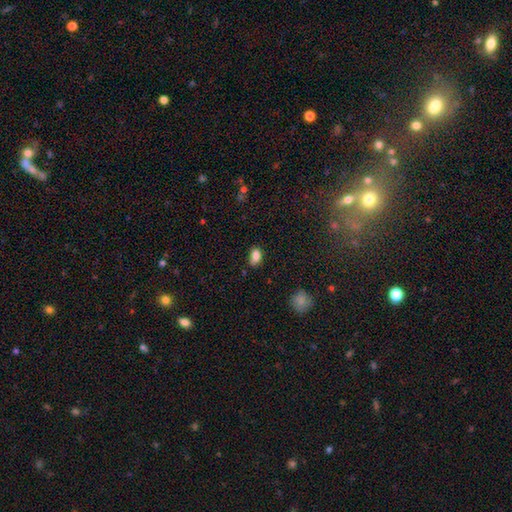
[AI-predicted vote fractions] A smooth galaxy with no disk features (84%) that is in between round and cigar-shaped (83%). Merging: none (68%).